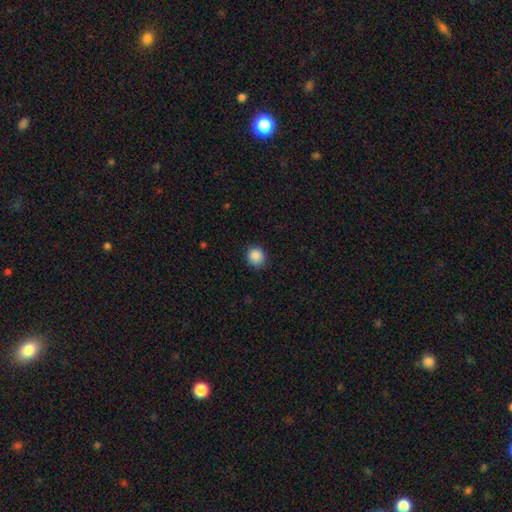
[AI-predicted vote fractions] Smooth or featured? Predicted: smooth (p=0.88). How rounded? Predicted: round (p=0.88). Merging? Predicted: none (p=0.89).